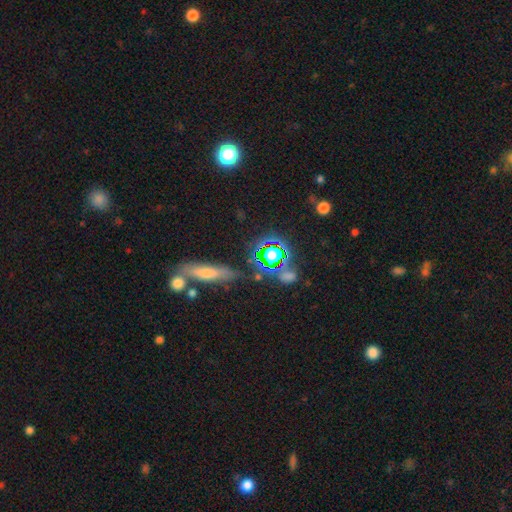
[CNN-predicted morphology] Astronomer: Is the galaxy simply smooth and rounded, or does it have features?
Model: star or artifact — 41% (runner-up: smooth, 32%).